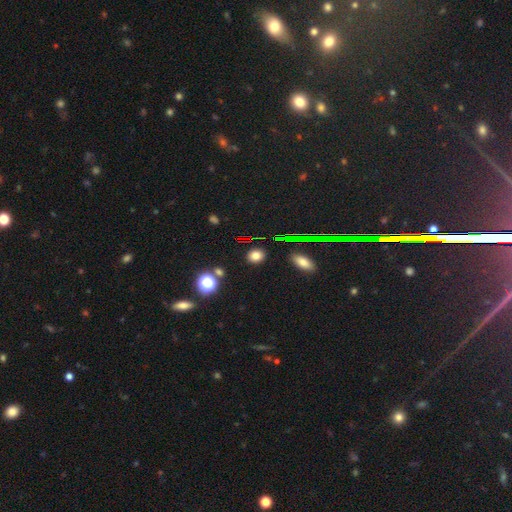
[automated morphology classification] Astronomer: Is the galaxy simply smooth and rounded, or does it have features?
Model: smooth — 76%.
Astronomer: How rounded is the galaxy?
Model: round — 66%.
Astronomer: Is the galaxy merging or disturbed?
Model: none — 87%.